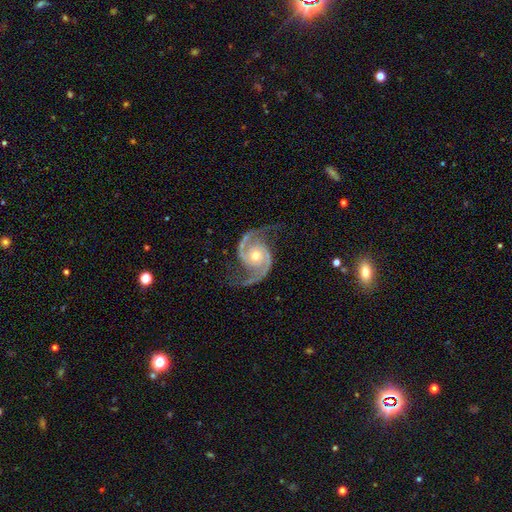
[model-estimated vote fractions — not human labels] Smooth or featured: featured or disk — 94% (star or artifact — 4%)
Edge-on disk: no — 98% (yes — 2%)
Bar: no — 73% (weak — 20%)
Spiral arms: yes — 99% (no — 1%)
Spiral winding: medium — 62% (tight — 22%)
Spiral arm count: 2 — 94% (3 — 2%)
Bulge size: moderate — 60% (small — 35%)
Merging: none — 79% (minor disturbance — 14%)